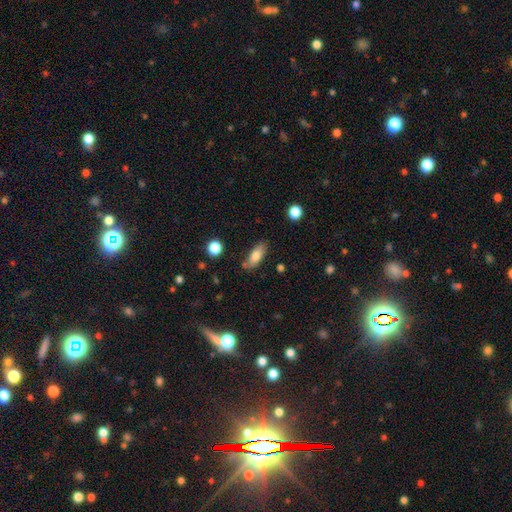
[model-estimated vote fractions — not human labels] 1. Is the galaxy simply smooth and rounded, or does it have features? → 77% smooth, 16% featured or disk, 7% star or artifact.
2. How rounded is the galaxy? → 77% in between, 20% cigar-shaped, 3% round.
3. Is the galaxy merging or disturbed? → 71% none, 19% minor disturbance, 6% merger, 4% major disturbance.